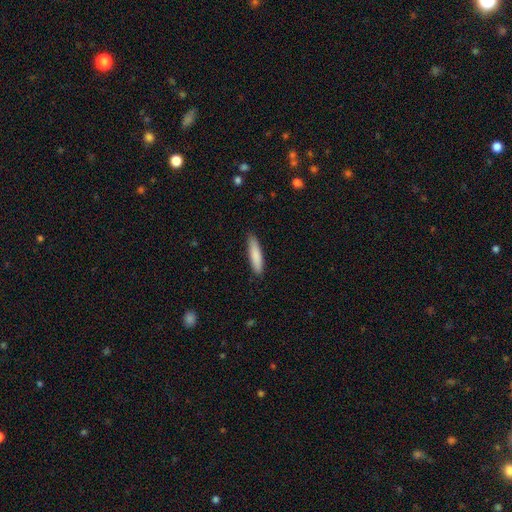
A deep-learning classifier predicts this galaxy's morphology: smooth_or_featured: smooth (p=0.85) [alt: featured or disk p=0.10]
how_rounded: cigar-shaped (p=0.84) [alt: in between p=0.15]
merging: none (p=0.88) [alt: minor disturbance p=0.09]